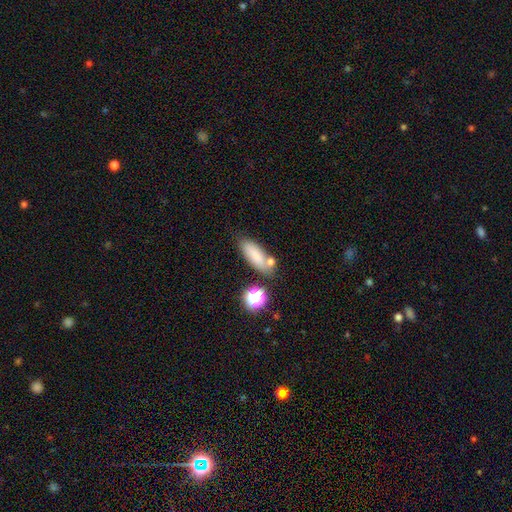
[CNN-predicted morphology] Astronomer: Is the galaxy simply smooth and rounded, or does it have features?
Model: smooth — 79%.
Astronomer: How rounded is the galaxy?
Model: in between — 64%.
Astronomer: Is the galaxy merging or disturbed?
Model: none — 67%.